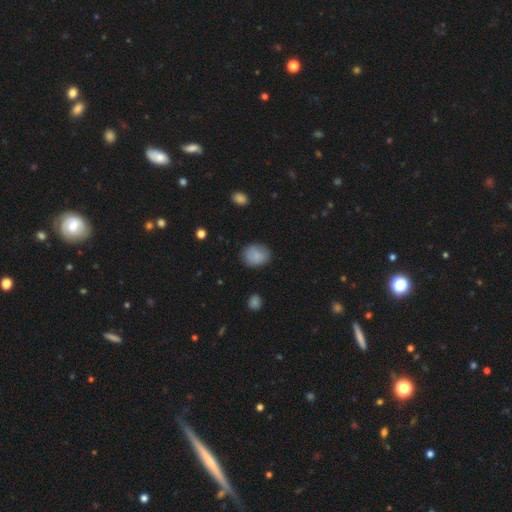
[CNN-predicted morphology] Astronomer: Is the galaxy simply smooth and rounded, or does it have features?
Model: smooth — 86%.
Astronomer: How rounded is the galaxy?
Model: round — 55% (runner-up: in between, 44%).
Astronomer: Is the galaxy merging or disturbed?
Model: none — 80%.